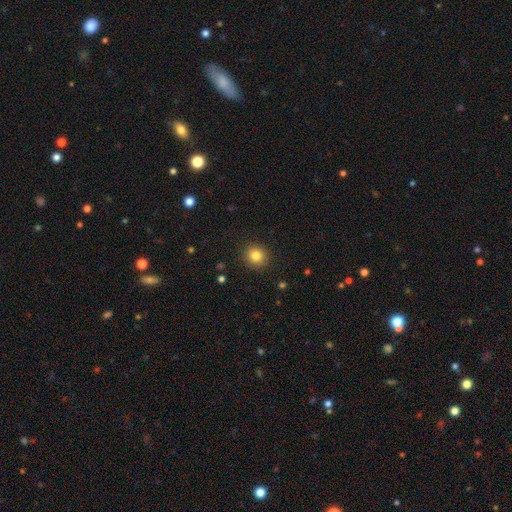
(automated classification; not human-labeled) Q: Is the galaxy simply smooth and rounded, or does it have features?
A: smooth — 83%.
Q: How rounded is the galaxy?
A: round — 89%.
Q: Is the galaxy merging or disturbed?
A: none — 91%.